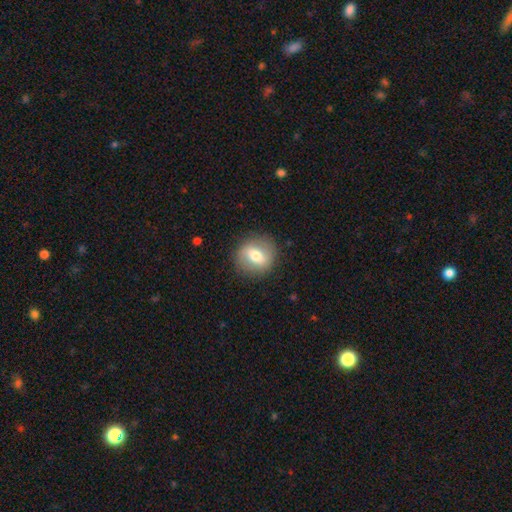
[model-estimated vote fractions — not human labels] A smooth galaxy with no disk features (54%) that is round (82%).

Vote fractions:
- Smooth or featured? smooth: 54% / featured or disk: 38% / star or artifact: 8%
- How rounded? round: 82% / in between: 17% / cigar-shaped: 1%
- Merging? none: 86% / minor disturbance: 10% / major disturbance: 4% / merger: 1%